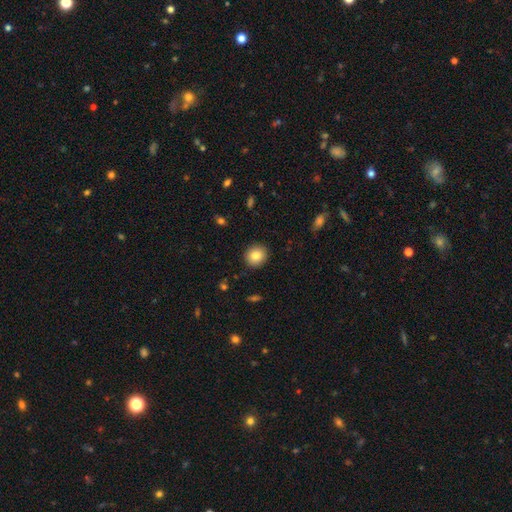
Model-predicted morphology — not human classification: A smooth galaxy with no disk features (84%) that is round (85%).

Vote fractions:
- Smooth or featured? smooth: 84% / star or artifact: 9% / featured or disk: 7%
- How rounded? round: 85% / in between: 14% / cigar-shaped: 1%
- Merging? none: 91% / minor disturbance: 6% / major disturbance: 2% / merger: 1%